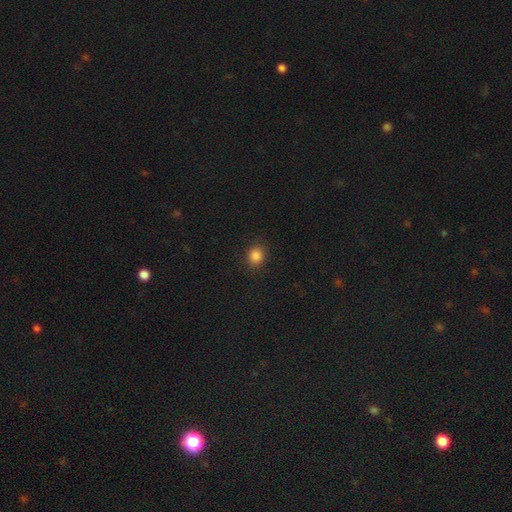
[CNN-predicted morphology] smooth-or-featured: smooth: 85% | star or artifact: 12% | featured or disk: 4%
  how-rounded: round: 74% | in between: 26% | cigar-shaped: 1%
  merging: none: 90% | minor disturbance: 7% | major disturbance: 2% | merger: 1%